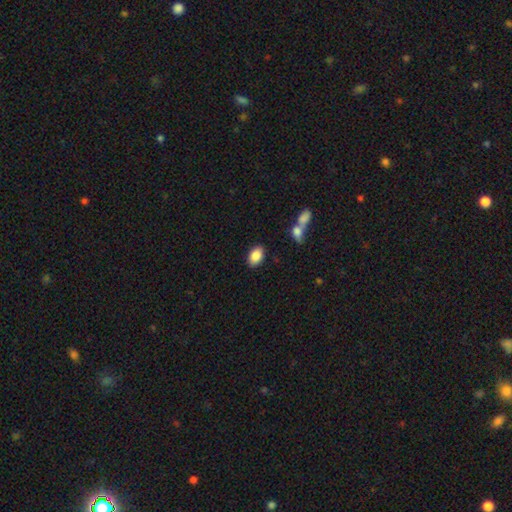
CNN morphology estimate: smooth-or-featured: smooth: 87% | star or artifact: 7% | featured or disk: 6%
  how-rounded: in between: 88% | round: 10% | cigar-shaped: 2%
  merging: none: 84% | minor disturbance: 9% | merger: 4% | major disturbance: 3%